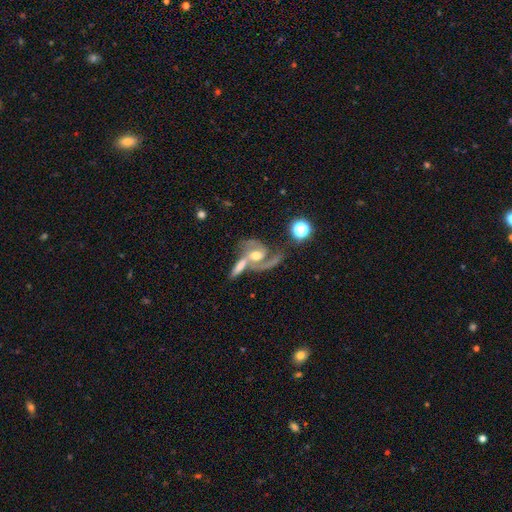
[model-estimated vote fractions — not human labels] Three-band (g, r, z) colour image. It shows a featured or disk galaxy (81%) with no bar (47%), 2 (78%) medium (50%) spiral arms (94%) and a moderate central bulge (63%). Merging: merger (45%).